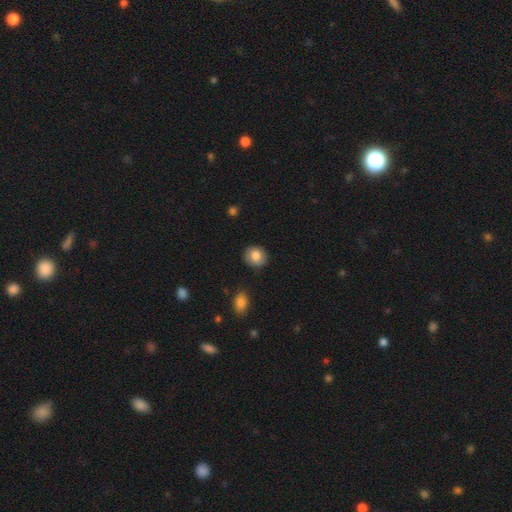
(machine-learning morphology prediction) A smooth galaxy with no disk features (82%) that is round (80%).

Vote fractions:
- Smooth or featured? smooth: 82% / featured or disk: 10% / star or artifact: 8%
- How rounded? round: 80% / in between: 19% / cigar-shaped: 1%
- Merging? none: 88% / minor disturbance: 9% / major disturbance: 2% / merger: 2%